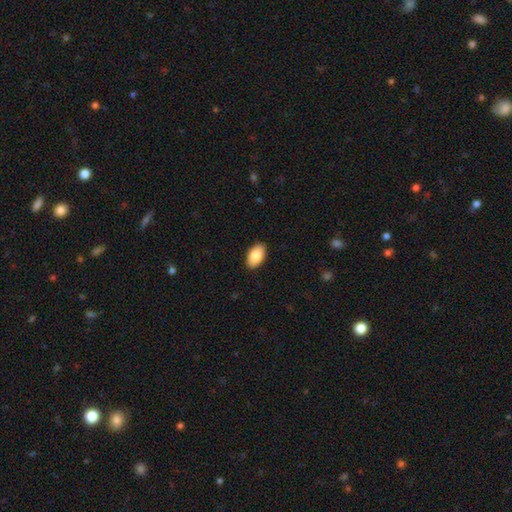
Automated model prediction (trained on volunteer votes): Smooth or featured? Predicted: smooth (p=0.85). How rounded? Predicted: in between (p=0.95). Merging? Predicted: none (p=0.90).